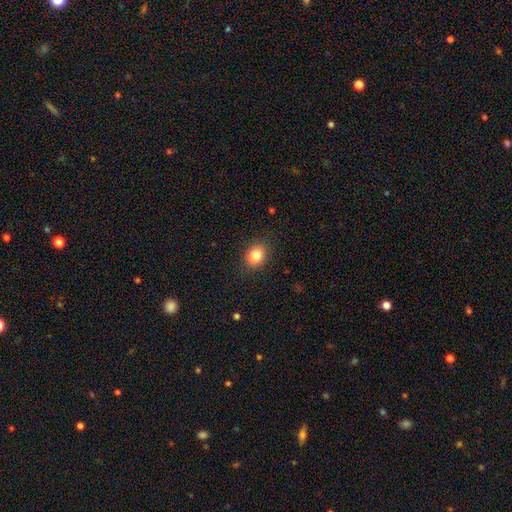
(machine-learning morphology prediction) This appears to be a smooth galaxy with no disk features (81%) that is in between round and cigar-shaped (61%). Merging: none (71%).